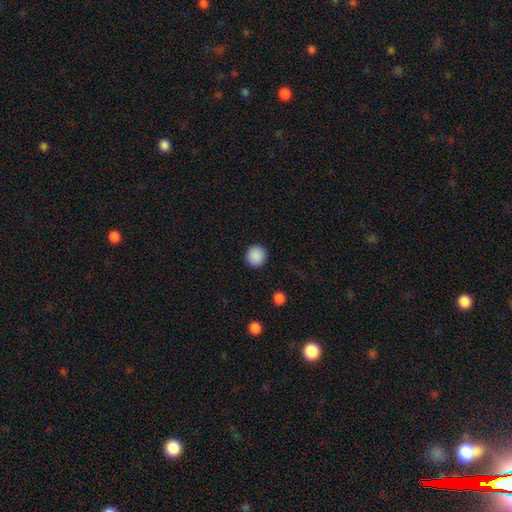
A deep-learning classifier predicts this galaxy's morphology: smooth-or-featured: smooth: 89% | star or artifact: 8% | featured or disk: 2%
  how-rounded: round: 93% | in between: 6% | cigar-shaped: 1%
  merging: none: 92% | minor disturbance: 5% | major disturbance: 2% | merger: 1%